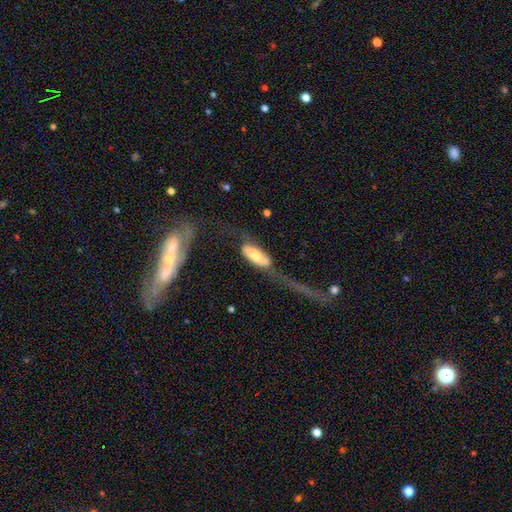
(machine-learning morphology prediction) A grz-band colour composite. It shows a smooth galaxy with no disk features (48%). Merging: major disturbance (39%).